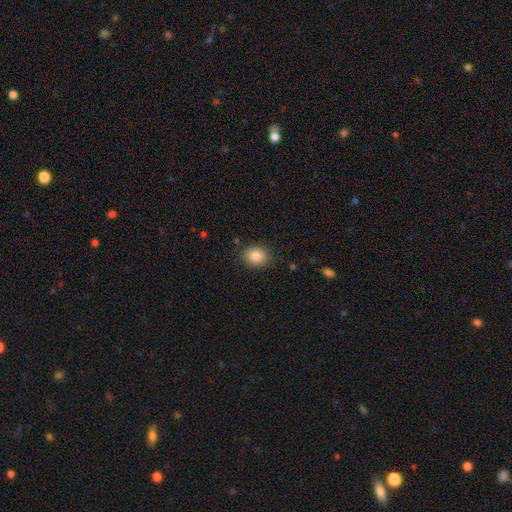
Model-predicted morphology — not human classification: Smooth or featured: smooth — 84% (star or artifact — 9%)
How rounded: round — 53% (in between — 47%)
Merging: none — 86% (minor disturbance — 10%)